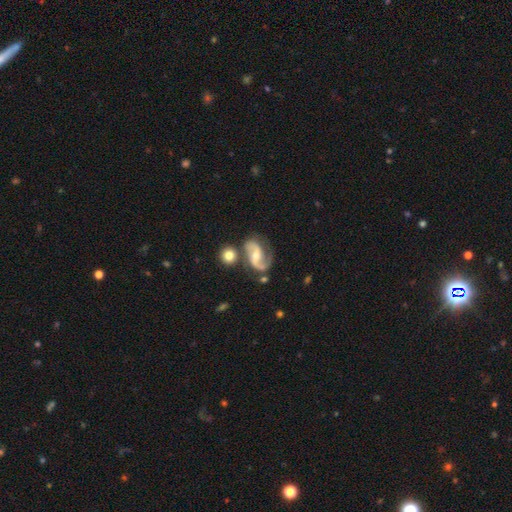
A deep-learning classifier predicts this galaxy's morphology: Smooth or featured? featured or disk (87%)
Edge-on disk? no (97%)
Bar? weak (41%)
Spiral arms? yes (97%)
Spiral winding? medium (50%)
Spiral arm count? 2 (85%)
Bulge size? moderate (51%)
Merging? none (58%)